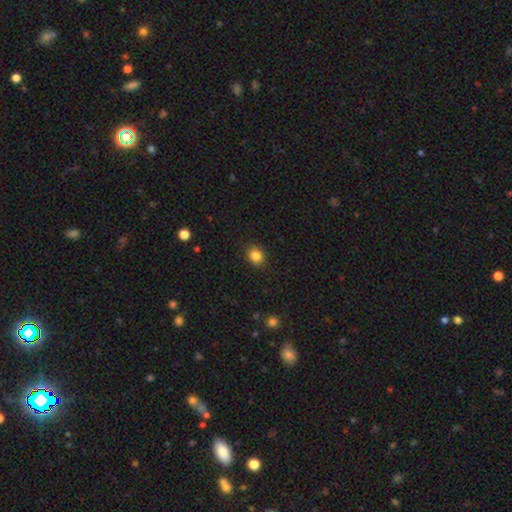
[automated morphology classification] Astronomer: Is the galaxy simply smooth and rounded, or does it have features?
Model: smooth — 85%.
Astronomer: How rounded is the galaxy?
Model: round — 62%.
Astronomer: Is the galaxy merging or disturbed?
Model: none — 88%.